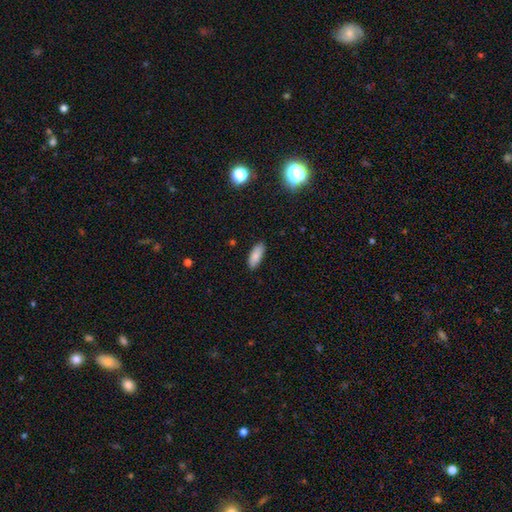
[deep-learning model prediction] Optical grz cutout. It shows a smooth galaxy with no disk features (86%) that is in between round and cigar-shaped (79%). Merging: none (86%).